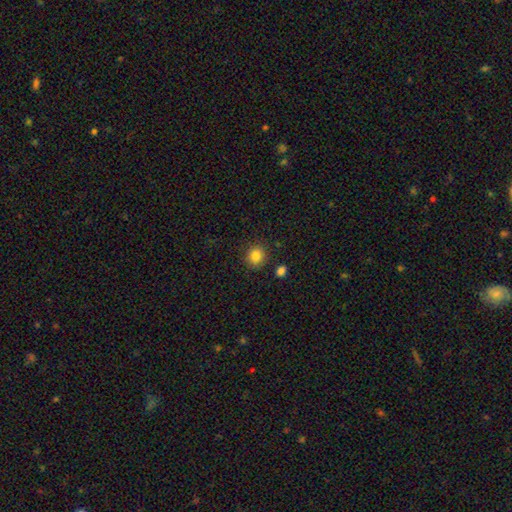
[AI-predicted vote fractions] smooth-or-featured: smooth: 85% | star or artifact: 10% | featured or disk: 5%
  how-rounded: round: 82% | in between: 17% | cigar-shaped: 1%
  merging: none: 86% | minor disturbance: 9% | merger: 3% | major disturbance: 3%